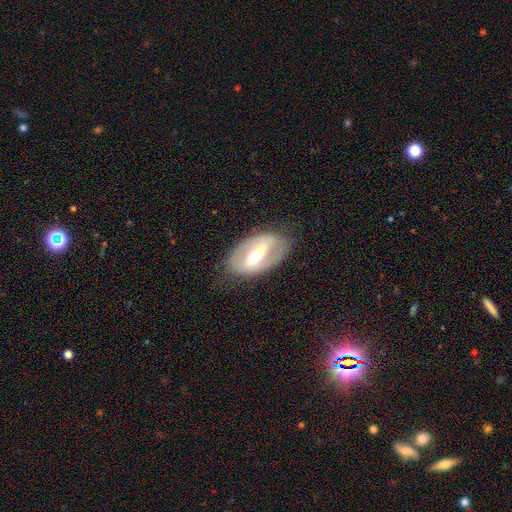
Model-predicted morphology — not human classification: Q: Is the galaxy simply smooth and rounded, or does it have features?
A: featured or disk — 72%.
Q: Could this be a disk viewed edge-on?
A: no — 88%.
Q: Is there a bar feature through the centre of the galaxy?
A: strong — 66%.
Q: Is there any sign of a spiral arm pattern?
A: no — 50%, tied with yes.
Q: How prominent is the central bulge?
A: moderate — 65%.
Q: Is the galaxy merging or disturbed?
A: none — 76%.